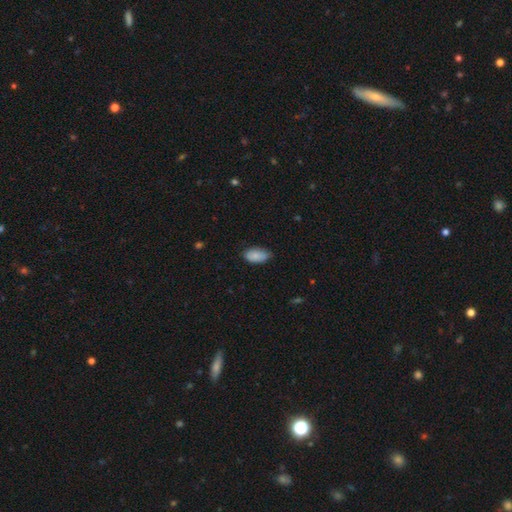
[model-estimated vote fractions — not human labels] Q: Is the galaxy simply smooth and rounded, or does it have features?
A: smooth — 88%.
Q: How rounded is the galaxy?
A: in between — 93%.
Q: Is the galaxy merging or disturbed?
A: none — 70%.